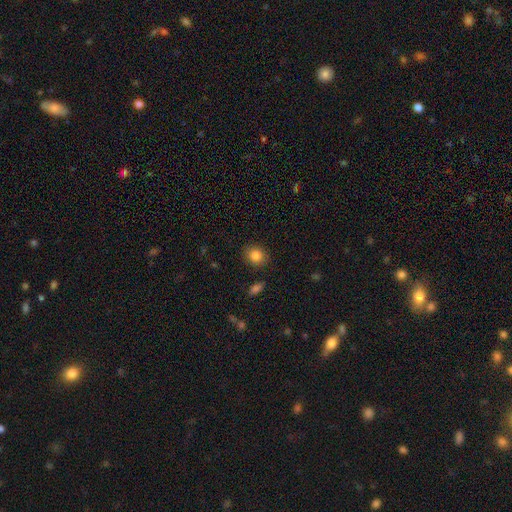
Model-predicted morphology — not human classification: smooth-or-featured: smooth: 85% | star or artifact: 9% | featured or disk: 6%
  how-rounded: round: 65% | in between: 34% | cigar-shaped: 1%
  merging: none: 87% | minor disturbance: 9% | major disturbance: 3% | merger: 2%